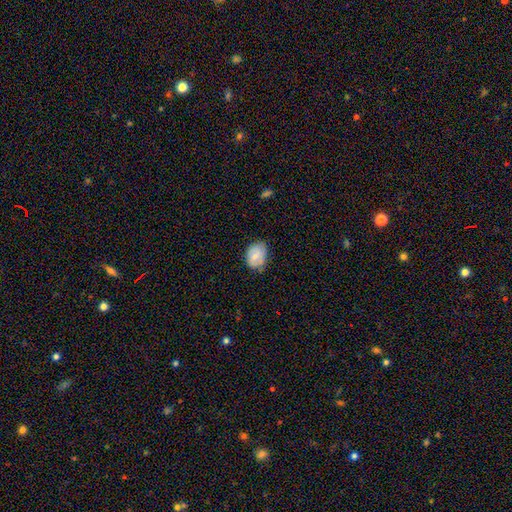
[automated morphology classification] A smooth galaxy with no disk features (72%) that is in between round and cigar-shaped (69%).

Vote fractions:
- Smooth or featured? smooth: 72% / featured or disk: 20% / star or artifact: 8%
- How rounded? in between: 69% / round: 30% / cigar-shaped: 1%
- Merging? none: 63% / minor disturbance: 30% / major disturbance: 6% / merger: 2%